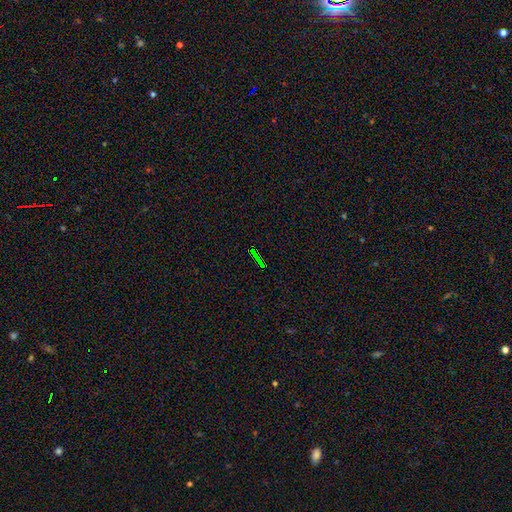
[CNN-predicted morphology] Smooth or featured? star or artifact (70%)